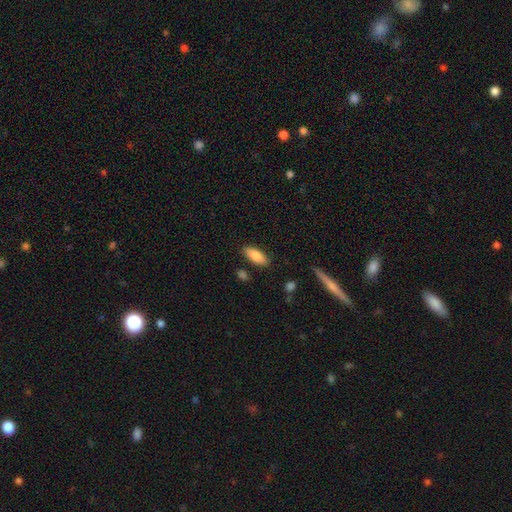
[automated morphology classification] smooth-or-featured: smooth: 86% | featured or disk: 7% | star or artifact: 6%
  how-rounded: in between: 79% | cigar-shaped: 19% | round: 2%
  merging: none: 85% | minor disturbance: 10% | merger: 2% | major disturbance: 2%